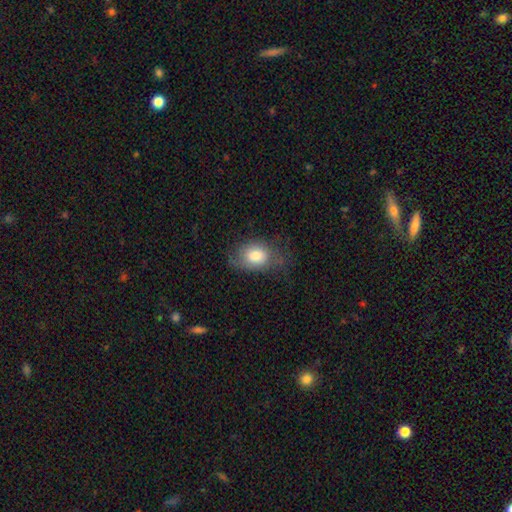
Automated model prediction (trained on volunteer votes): Smooth or featured: smooth — 75% (featured or disk — 17%)
How rounded: in between — 72% (round — 27%)
Merging: none — 53% (minor disturbance — 30%)